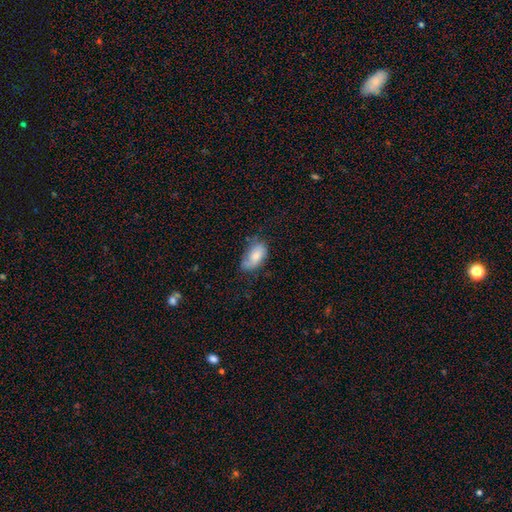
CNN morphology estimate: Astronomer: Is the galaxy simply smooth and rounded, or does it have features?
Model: smooth — 66%.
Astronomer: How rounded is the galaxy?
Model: in between — 93%.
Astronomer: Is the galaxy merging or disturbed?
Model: none — 54% (runner-up: minor disturbance, 32%).